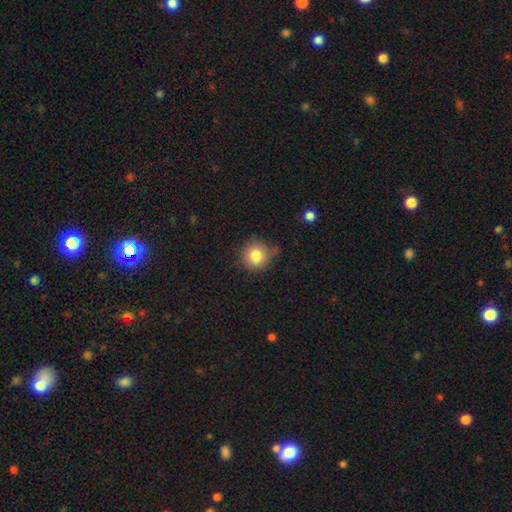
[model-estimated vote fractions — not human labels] Smooth or featured: smooth — 82% (star or artifact — 11%)
How rounded: round — 91% (in between — 8%)
Merging: none — 71% (minor disturbance — 21%)